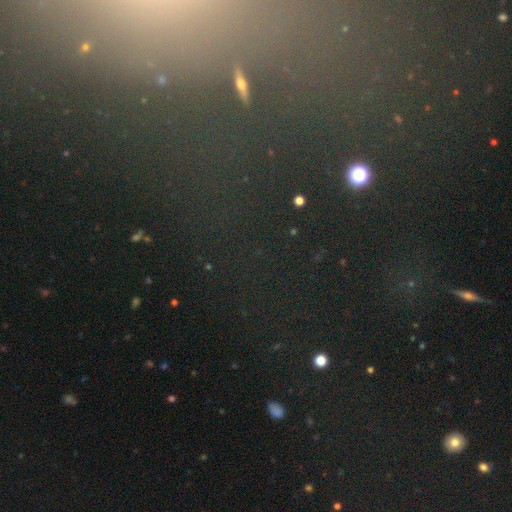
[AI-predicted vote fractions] smooth-or-featured: star or artifact: 70% | smooth: 16% | featured or disk: 14%